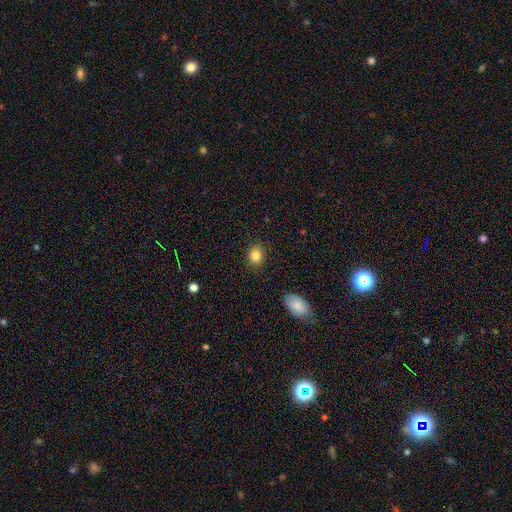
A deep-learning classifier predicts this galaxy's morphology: The model was most divided on "how rounded": round: 73%, in between: 26%, cigar-shaped: 1%. More confident: merging — none (89%); smooth or featured — smooth (84%).